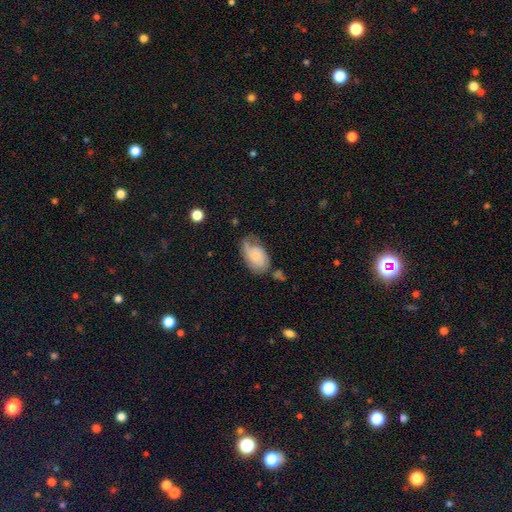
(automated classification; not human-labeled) Q: Smooth or featured?
A: featured or disk (49%); runner-up: smooth (44%)
Q: Merging?
A: none (47%); runner-up: minor disturbance (31%)